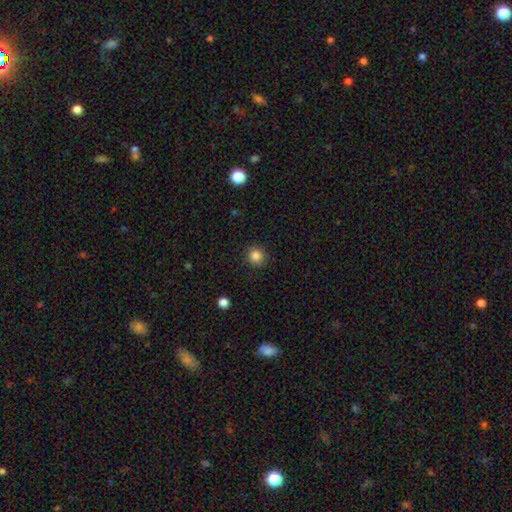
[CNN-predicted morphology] Smooth or featured: smooth — 84% (star or artifact — 11%)
How rounded: round — 90% (in between — 9%)
Merging: none — 89% (minor disturbance — 8%)